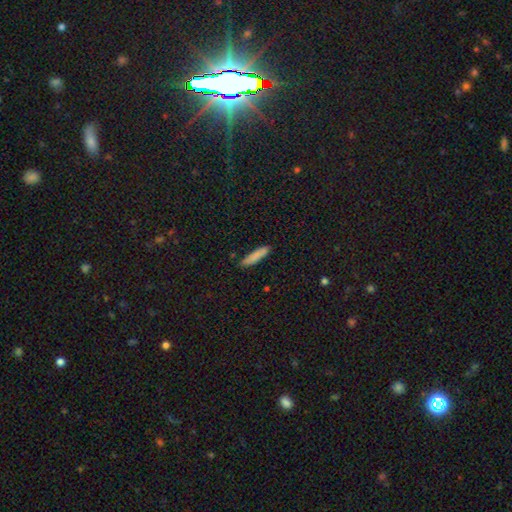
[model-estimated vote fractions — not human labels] smooth-or-featured: smooth: 83% | featured or disk: 10% | star or artifact: 7%
  how-rounded: cigar-shaped: 81% | in between: 17% | round: 1%
  merging: none: 83% | minor disturbance: 13% | major disturbance: 2% | merger: 2%